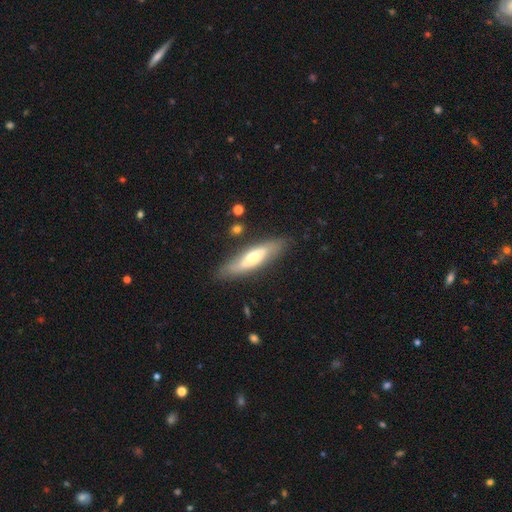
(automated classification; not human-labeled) Smooth or featured? Predicted: featured or disk (p=0.52). Edge-on disk? Predicted: yes (p=0.58). Merging? Predicted: none (p=0.81).